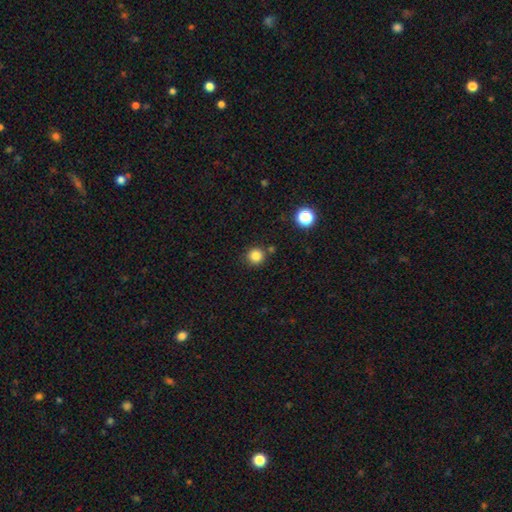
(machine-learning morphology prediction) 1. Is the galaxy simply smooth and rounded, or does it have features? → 83% smooth, 12% star or artifact, 4% featured or disk.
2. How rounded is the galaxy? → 94% round, 5% in between, 1% cigar-shaped.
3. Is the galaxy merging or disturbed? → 85% none, 8% minor disturbance, 5% merger, 2% major disturbance.